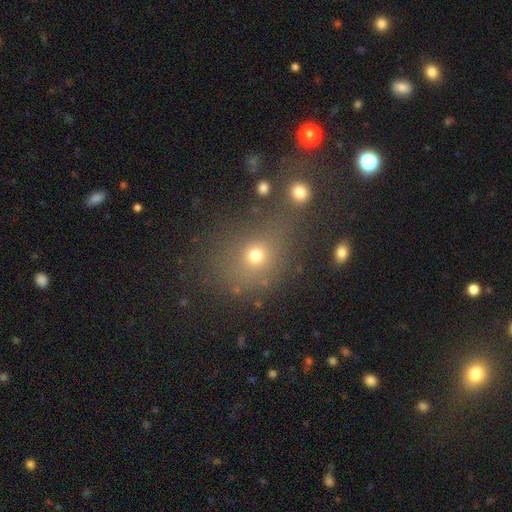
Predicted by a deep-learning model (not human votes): This appears to be a smooth galaxy with no disk features (66%) that is round (65%). Merging: none (59%).